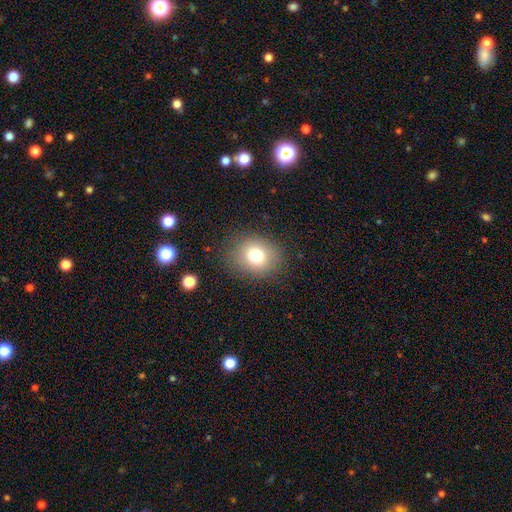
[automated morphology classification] Smooth or featured?
  - smooth: 76% *
  - star or artifact: 13%
  - featured or disk: 11%
How rounded?
  - round: 63% *
  - in between: 37%
  - cigar-shaped: 1%
Merging?
  - none: 84% *
  - minor disturbance: 10%
  - major disturbance: 4%
  - merger: 1%